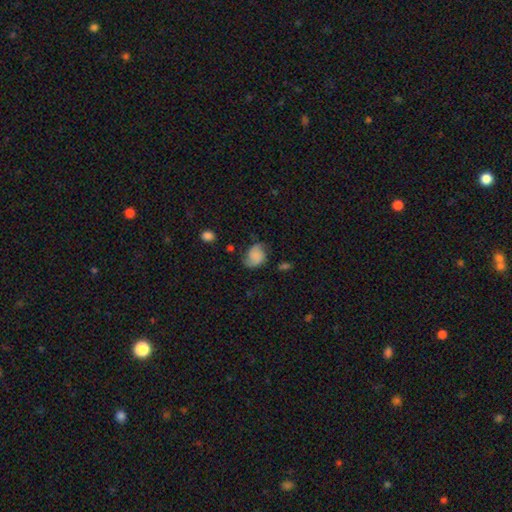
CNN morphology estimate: Overall: smooth (53%; featured or disk 37%). How rounded: in between (51%; round 48%). Merging: none (57%; minor disturbance 28%).